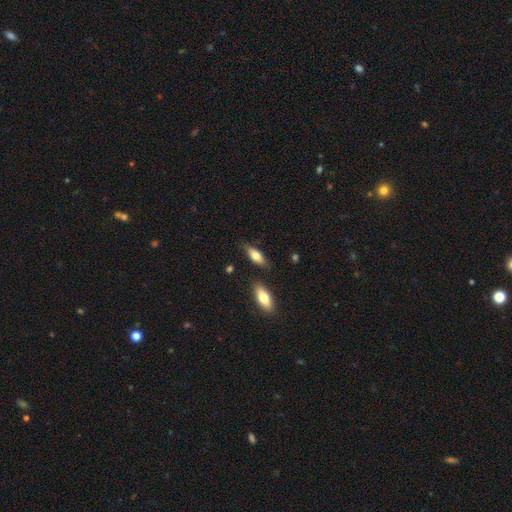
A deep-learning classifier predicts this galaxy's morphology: Smooth or featured: smooth — 68% (featured or disk — 25%)
How rounded: in between — 70% (cigar-shaped — 28%)
Merging: none — 76% (minor disturbance — 16%)